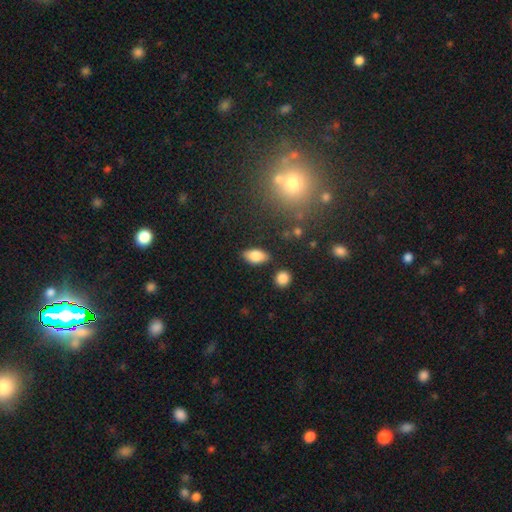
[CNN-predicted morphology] smooth 82%, featured or disk 10%, star or artifact 8%. Down the decision tree: how rounded — in between (90%); merging — none (82%).